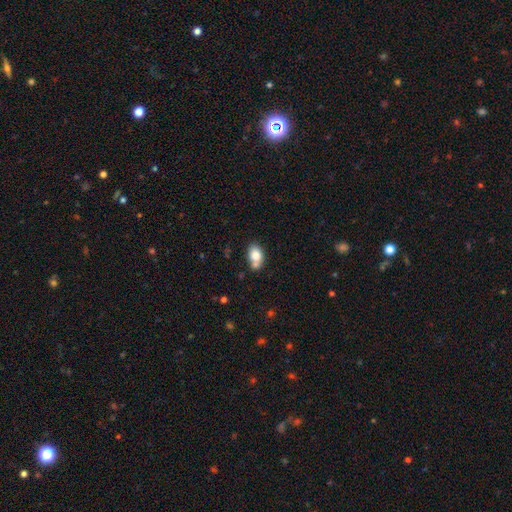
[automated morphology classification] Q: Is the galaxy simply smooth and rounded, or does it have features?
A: smooth — 79%.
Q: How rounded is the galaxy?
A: in between — 81%.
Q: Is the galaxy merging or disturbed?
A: none — 53%.